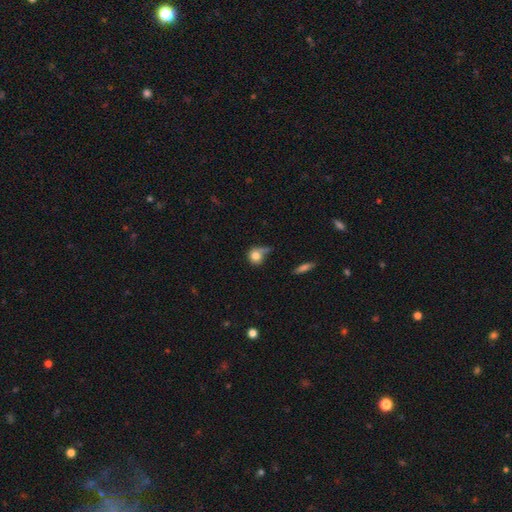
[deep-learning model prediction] smooth-or-featured: smooth: 78% | featured or disk: 13% | star or artifact: 9%
  how-rounded: round: 80% | in between: 18% | cigar-shaped: 2%
  merging: none: 43% | minor disturbance: 25% | major disturbance: 20% | merger: 13%